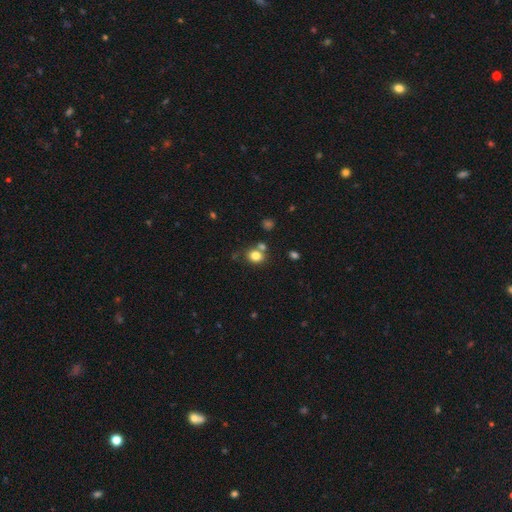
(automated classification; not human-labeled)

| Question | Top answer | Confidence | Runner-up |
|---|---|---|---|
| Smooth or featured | smooth | 80% | star or artifact (13%) |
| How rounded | round | 63% | in between (36%) |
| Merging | none | 64% | merger (20%) |